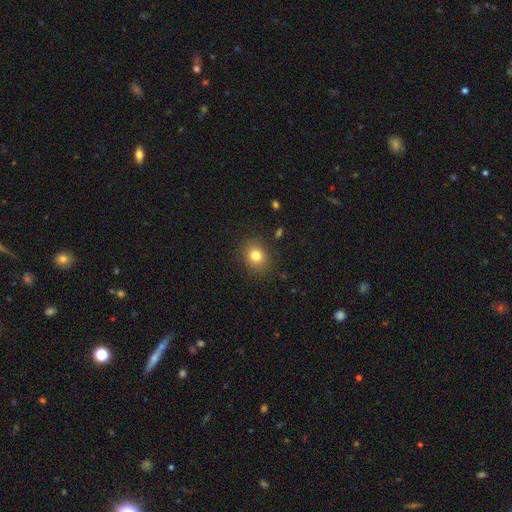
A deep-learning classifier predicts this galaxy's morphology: Smooth or featured?
  - smooth: 80% *
  - star or artifact: 12%
  - featured or disk: 8%
How rounded?
  - round: 70% *
  - in between: 29%
  - cigar-shaped: 1%
Merging?
  - none: 87% *
  - minor disturbance: 9%
  - major disturbance: 3%
  - merger: 1%